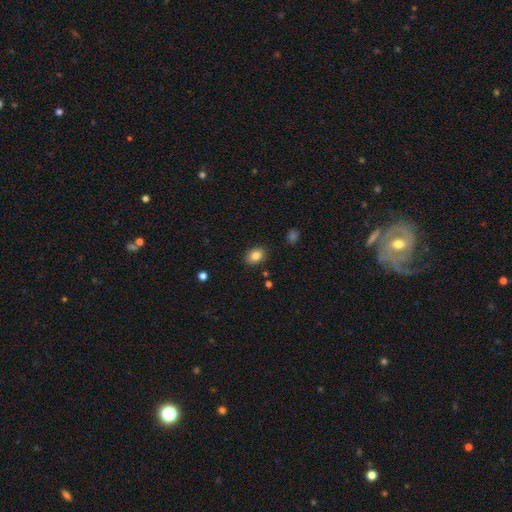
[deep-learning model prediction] This appears to be a smooth galaxy with no disk features (85%) that is in between round and cigar-shaped (66%). Merging: none (87%).